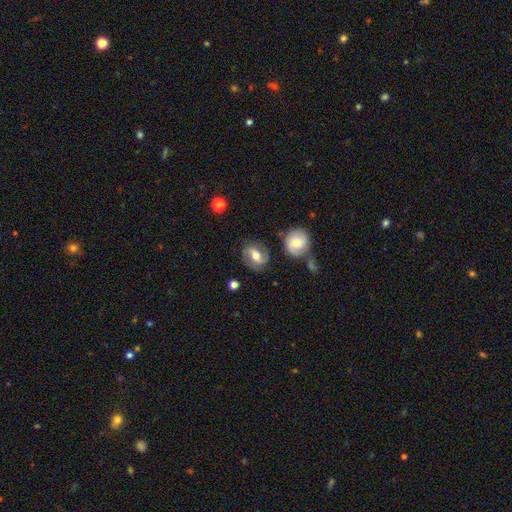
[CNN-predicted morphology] type=featured or disk (53%); edge-on=no (95%); merging=none (76%).